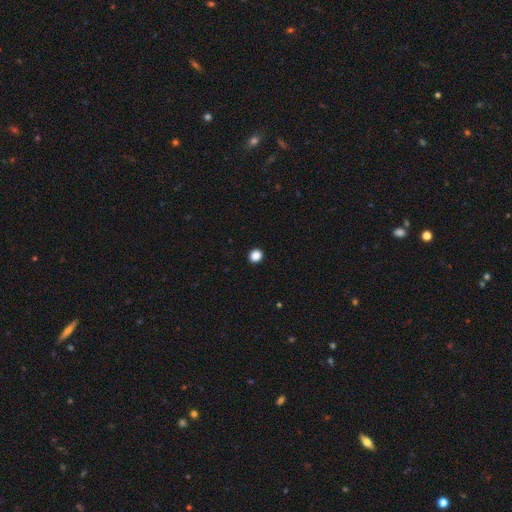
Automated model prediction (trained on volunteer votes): Smooth or featured: smooth — 87% (star or artifact — 10%)
How rounded: round — 78% (in between — 21%)
Merging: none — 93% (minor disturbance — 5%)